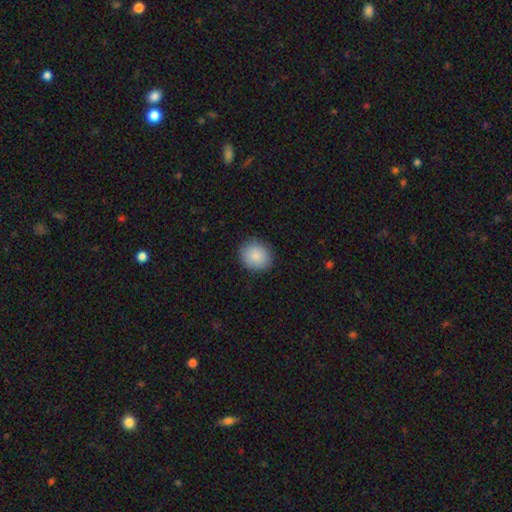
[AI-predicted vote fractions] smooth_or_featured: smooth (p=0.88) [alt: star or artifact p=0.07]
how_rounded: round (p=0.77) [alt: in between p=0.22]
merging: none (p=0.88) [alt: minor disturbance p=0.09]